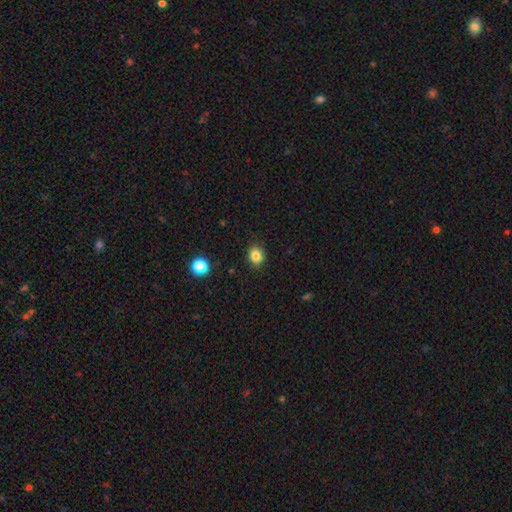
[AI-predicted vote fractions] Smooth or featured: smooth — 83% (star or artifact — 12%)
How rounded: round — 71% (in between — 28%)
Merging: none — 89% (minor disturbance — 8%)